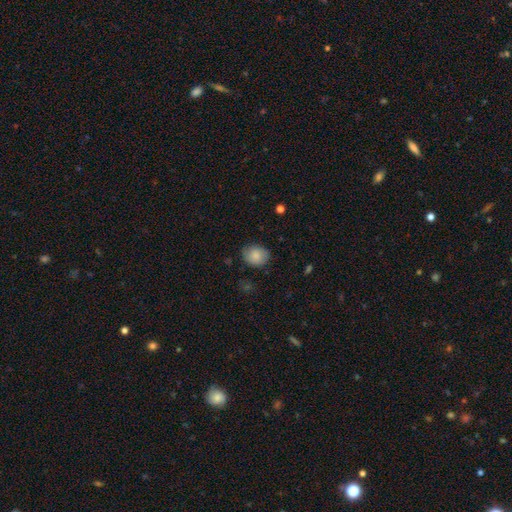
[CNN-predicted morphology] A smooth galaxy with no disk features (85%) that is round (58%).

Vote fractions:
- Smooth or featured? smooth: 85% / featured or disk: 8% / star or artifact: 7%
- How rounded? round: 58% / in between: 41% / cigar-shaped: 1%
- Merging? none: 79% / minor disturbance: 16% / major disturbance: 3% / merger: 1%